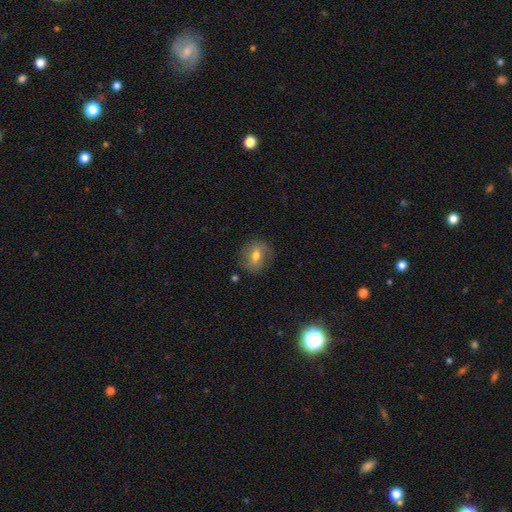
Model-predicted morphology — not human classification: A smooth galaxy with no disk features (53%) that is round (75%).

Vote fractions:
- Smooth or featured? smooth: 53% / featured or disk: 37% / star or artifact: 10%
- How rounded? round: 75% / in between: 24% / cigar-shaped: 1%
- Merging? none: 78% / minor disturbance: 15% / major disturbance: 5% / merger: 2%